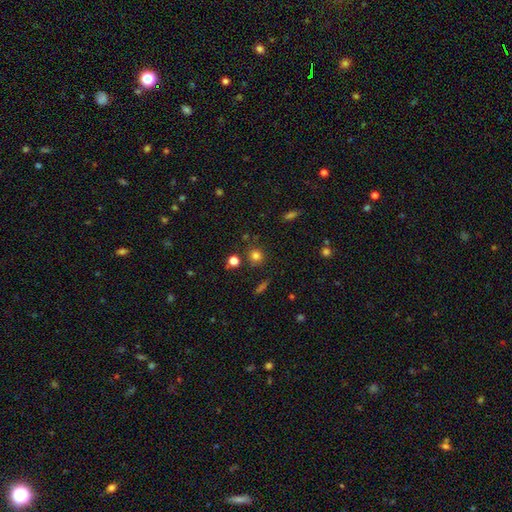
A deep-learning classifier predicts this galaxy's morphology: Smooth or featured? Predicted: smooth (p=0.78). How rounded? Predicted: round (p=0.88). Merging? Predicted: none (p=0.81).